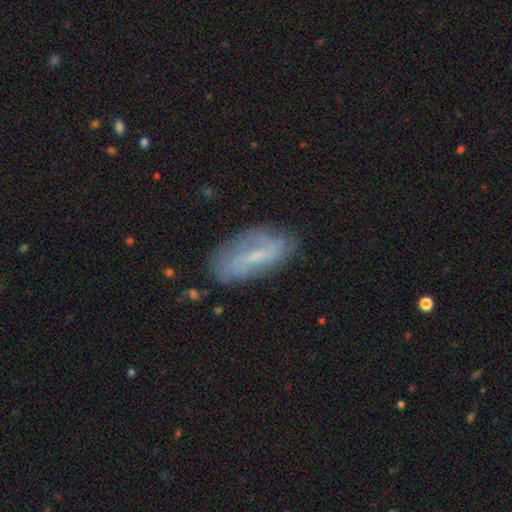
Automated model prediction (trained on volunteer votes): Smooth or featured?
  - featured or disk: 56% *
  - smooth: 34%
  - star or artifact: 10%
Edge-on disk?
  - no: 84% *
  - yes: 16%
Merging?
  - none: 73% *
  - minor disturbance: 19%
  - major disturbance: 6%
  - merger: 2%